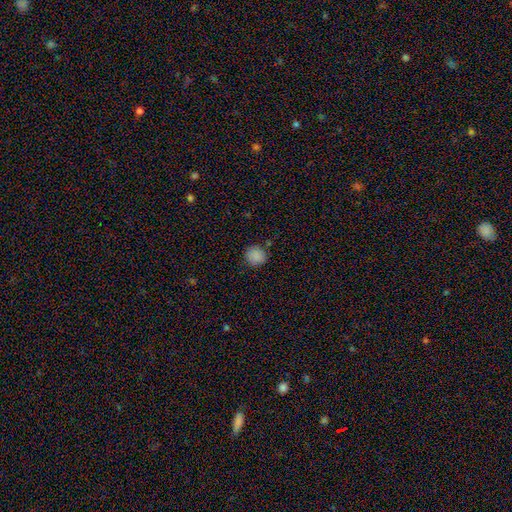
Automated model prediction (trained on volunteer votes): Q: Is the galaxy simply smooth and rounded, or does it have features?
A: smooth — 87%.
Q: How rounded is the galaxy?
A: round — 89%.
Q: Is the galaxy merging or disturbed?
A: none — 85%.